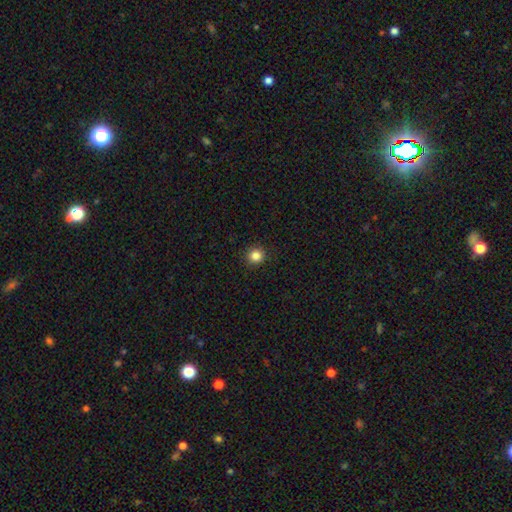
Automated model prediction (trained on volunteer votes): smooth 85%, star or artifact 12%, featured or disk 3%. Down the decision tree: how rounded — round (94%); merging — none (92%).